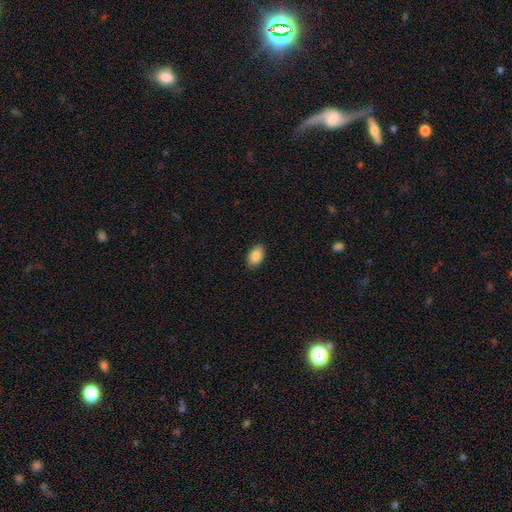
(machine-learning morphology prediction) Smooth or featured: smooth — 87% (star or artifact — 7%)
How rounded: in between — 92% (round — 7%)
Merging: none — 88% (minor disturbance — 9%)